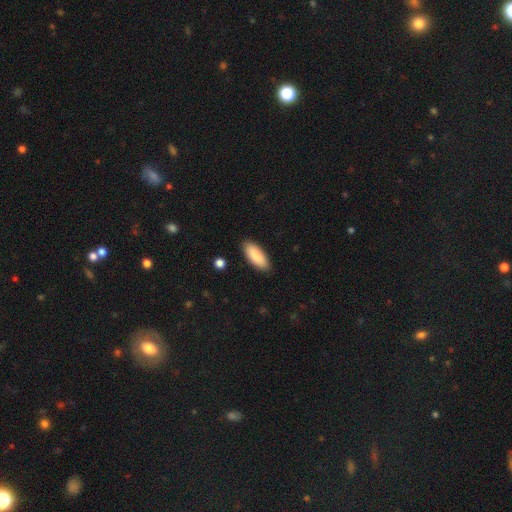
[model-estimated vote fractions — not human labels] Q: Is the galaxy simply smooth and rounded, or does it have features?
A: smooth — 88%.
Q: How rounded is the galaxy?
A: in between — 81%.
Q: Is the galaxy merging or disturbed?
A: none — 88%.